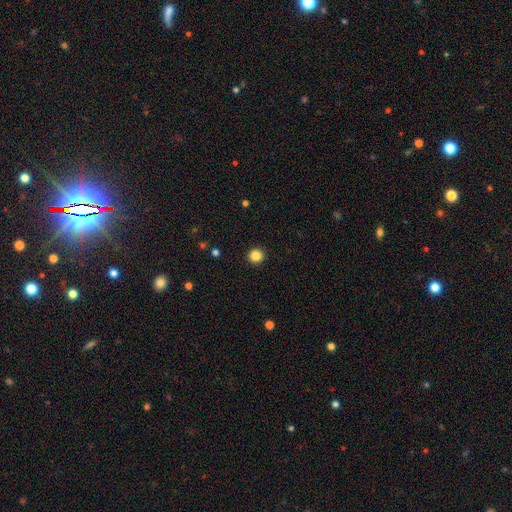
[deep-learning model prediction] A smooth galaxy with no disk features (86%) that is round (95%). Merging: none (93%).